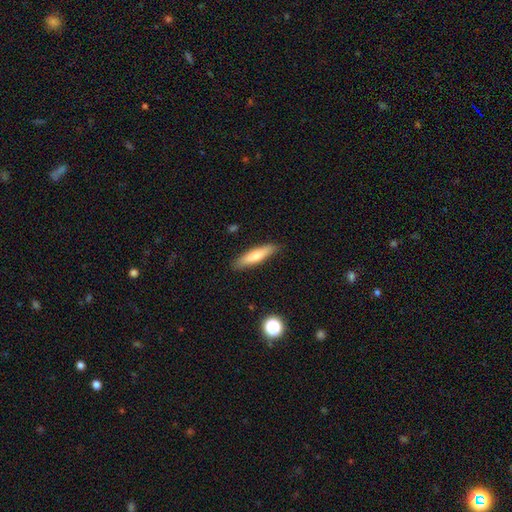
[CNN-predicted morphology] A smooth galaxy with no disk features (72%) that is cigar-shaped (79%). Merging: none (87%).